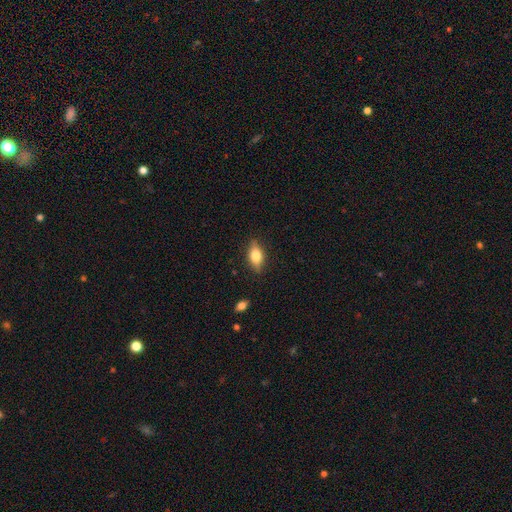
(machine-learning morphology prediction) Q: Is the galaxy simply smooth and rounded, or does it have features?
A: smooth — 67%.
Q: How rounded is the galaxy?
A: in between — 81%.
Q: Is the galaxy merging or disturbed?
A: none — 83%.